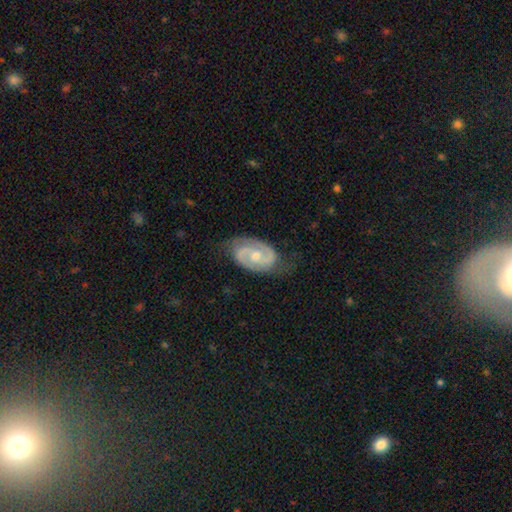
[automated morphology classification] Smooth or featured? featured or disk (89%)
Edge-on disk? no (97%)
Bar? no (54%)
Spiral arms? yes (97%)
Spiral winding? medium (48%)
Spiral arm count? 2 (92%)
Bulge size? moderate (59%)
Merging? none (77%)